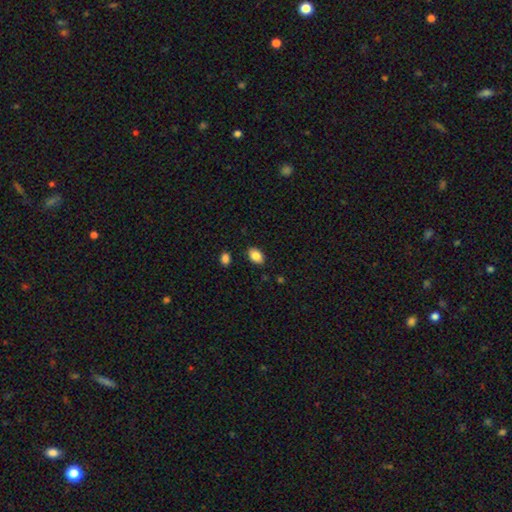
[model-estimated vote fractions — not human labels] A smooth galaxy with no disk features (85%) that is in between round and cigar-shaped (86%).

Vote fractions:
- Smooth or featured? smooth: 85% / star or artifact: 8% / featured or disk: 7%
- How rounded? in between: 86% / round: 12% / cigar-shaped: 1%
- Merging? none: 85% / minor disturbance: 10% / major disturbance: 2% / merger: 2%